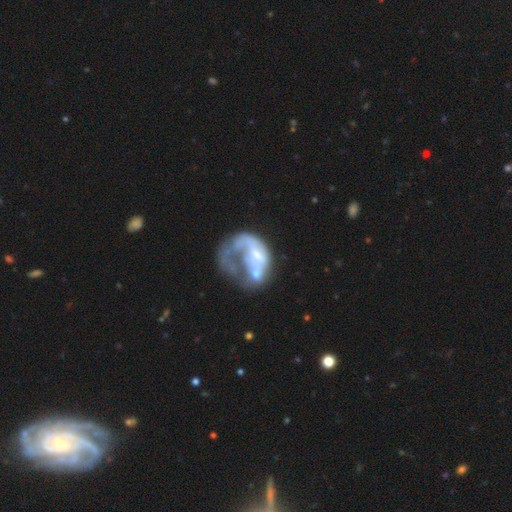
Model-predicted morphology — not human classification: type=featured or disk (66%); edge-on=no (98%); bar=no (71%); spiral arms=no (66%); bulge=small (36%); merging=major disturbance (45%).